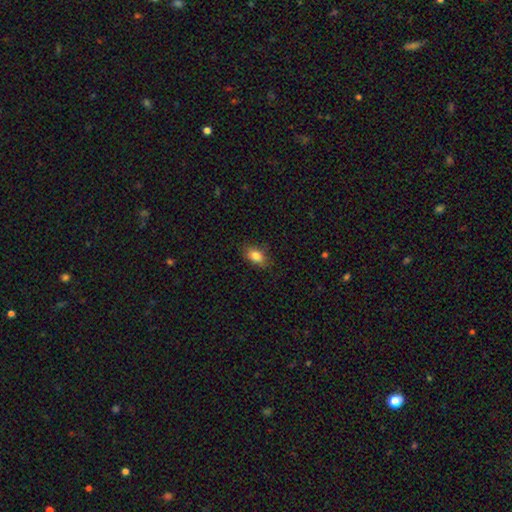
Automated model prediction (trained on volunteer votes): Smooth or featured? smooth (84%)
How rounded? in between (84%)
Merging? none (81%)